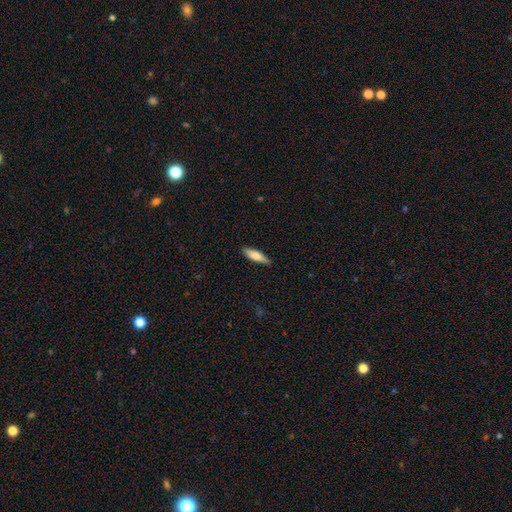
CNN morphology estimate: Smooth or featured?
  - smooth: 73% *
  - featured or disk: 21%
  - star or artifact: 6%
How rounded?
  - cigar-shaped: 64% *
  - in between: 34%
  - round: 2%
Merging?
  - none: 87% *
  - minor disturbance: 10%
  - major disturbance: 2%
  - merger: 1%